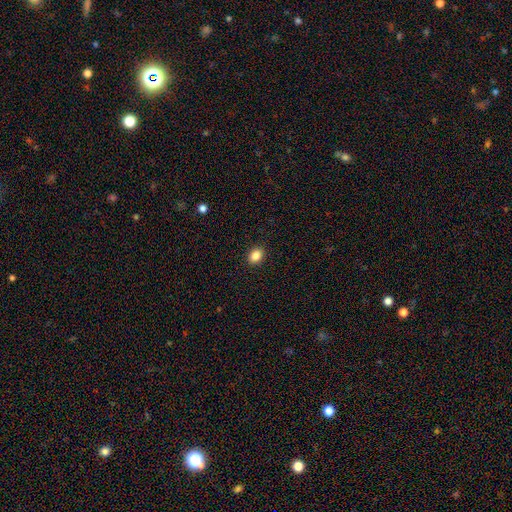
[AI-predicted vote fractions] smooth_or_featured: smooth (p=0.86) [alt: star or artifact p=0.10]
how_rounded: in between (p=0.64) [alt: round p=0.35]
merging: none (p=0.91) [alt: minor disturbance p=0.06]